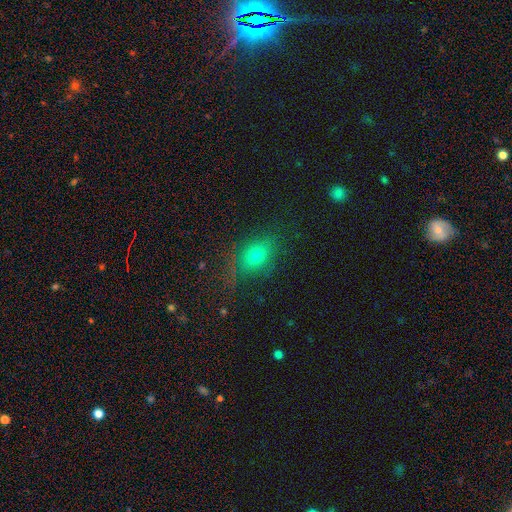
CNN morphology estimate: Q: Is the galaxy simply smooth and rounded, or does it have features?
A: smooth — 71%.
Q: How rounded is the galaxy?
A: in between — 71%.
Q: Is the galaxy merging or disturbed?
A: none — 70%.